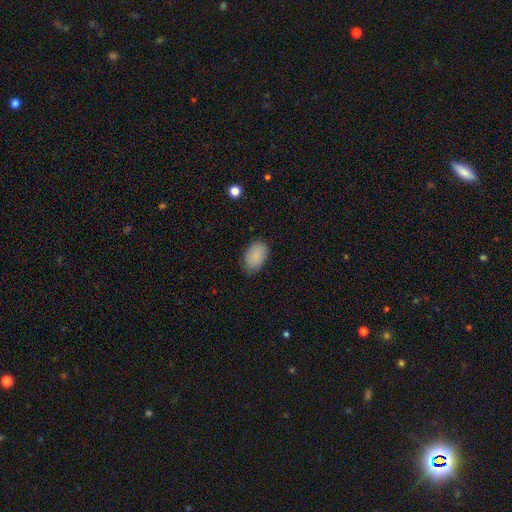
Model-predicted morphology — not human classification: smooth 89%, star or artifact 7%, featured or disk 5%. Down the decision tree: how rounded — in between (91%); merging — none (79%).